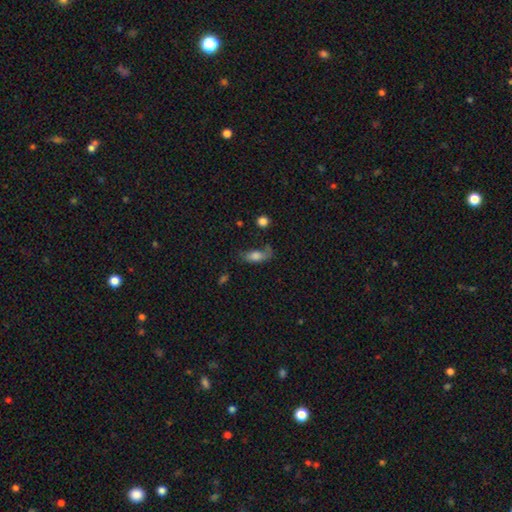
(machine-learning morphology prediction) This appears to be a smooth galaxy with no disk features (71%) that is in between round and cigar-shaped (81%). Merging: none (37%).